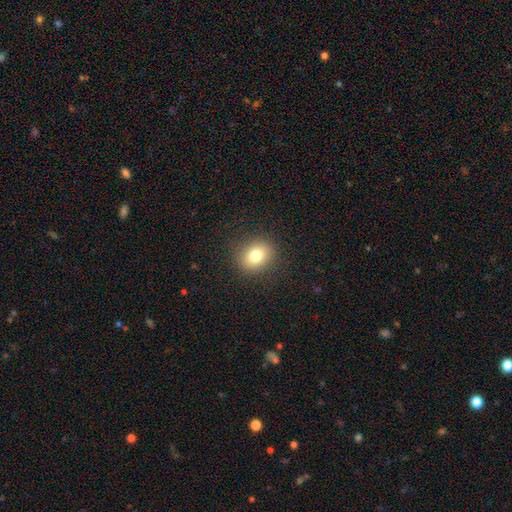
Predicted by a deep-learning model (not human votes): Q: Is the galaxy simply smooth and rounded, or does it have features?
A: smooth — 79%.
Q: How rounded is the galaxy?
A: round — 61%.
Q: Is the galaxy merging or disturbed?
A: none — 88%.